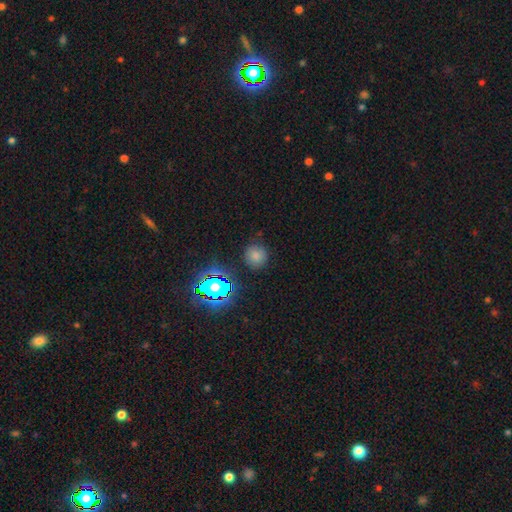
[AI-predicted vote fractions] Overall: smooth (70%). How rounded: round (89%). Merging: none (83%).